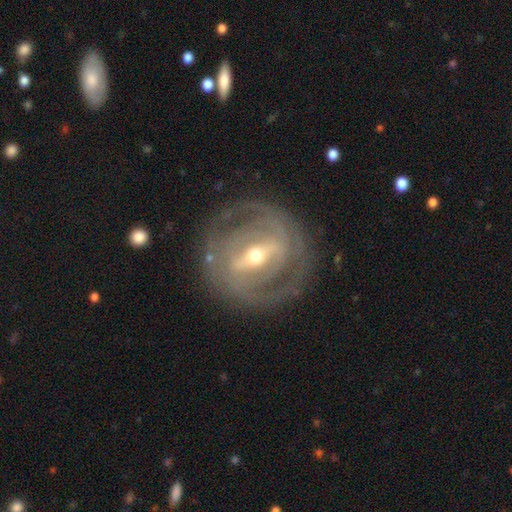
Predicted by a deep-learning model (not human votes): A featured or disk galaxy (83%) with a strong bar (63%), spiral arms (65%) and a moderate central bulge (52%). Merging: none (78%).